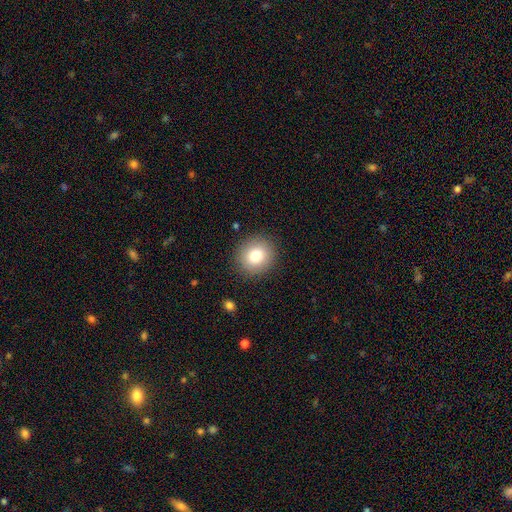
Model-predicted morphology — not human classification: Q: Smooth or featured?
A: smooth (78%); runner-up: featured or disk (12%)
Q: How rounded?
A: round (87%); runner-up: in between (12%)
Q: Merging?
A: none (89%); runner-up: minor disturbance (7%)